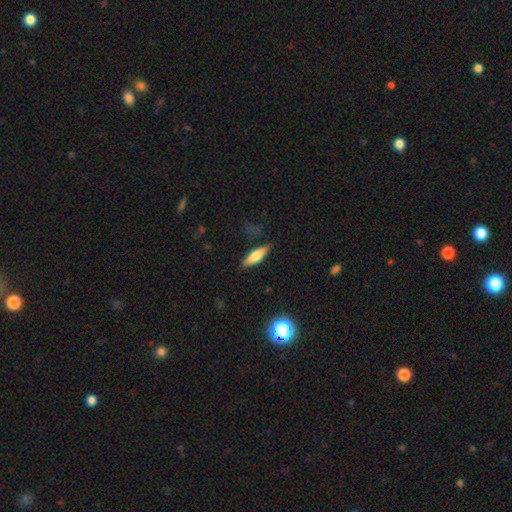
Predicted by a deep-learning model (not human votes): smooth 65%, featured or disk 27%, star or artifact 7%. Down the decision tree: how rounded — cigar-shaped (55%); merging — none (80%).